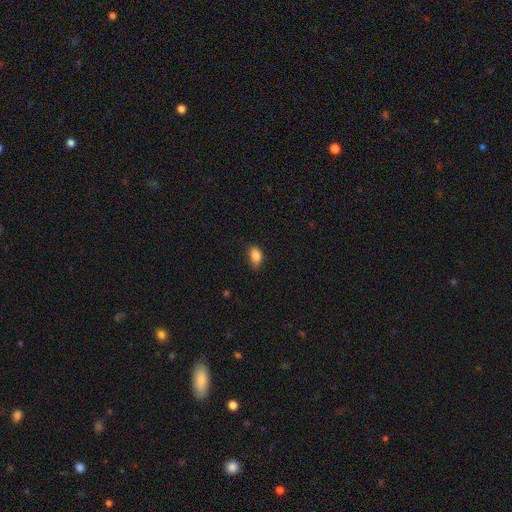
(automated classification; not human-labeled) Q: Smooth or featured?
A: smooth (85%); runner-up: star or artifact (9%)
Q: How rounded?
A: in between (83%); runner-up: round (15%)
Q: Merging?
A: none (66%); runner-up: minor disturbance (27%)